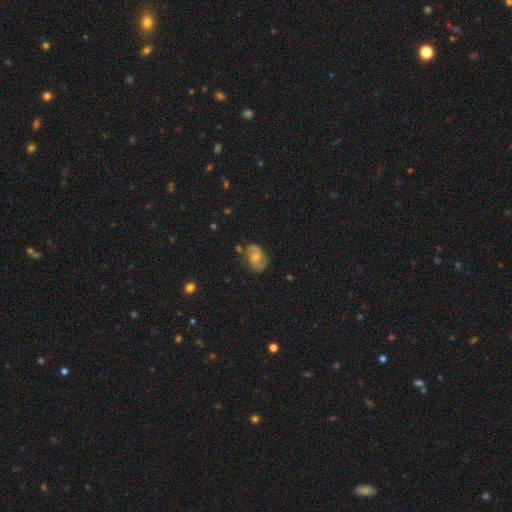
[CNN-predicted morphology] Smooth or featured? featured or disk (63%)
Edge-on disk? no (97%)
Bar? no (67%)
Spiral arms? yes (84%)
Spiral winding? medium (45%)
Spiral arm count? 2 (72%)
Bulge size? moderate (56%)
Merging? none (67%)